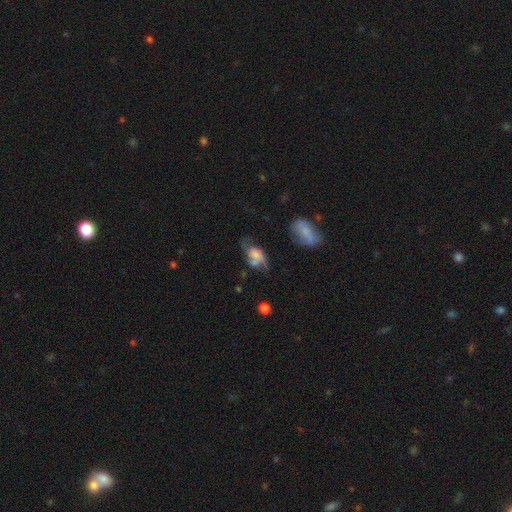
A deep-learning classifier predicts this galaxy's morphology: smooth_or_featured: featured or disk (p=0.52) [alt: smooth p=0.38]
disk_edge_on: no (p=0.94) [alt: yes p=0.06]
merging: none (p=0.38) [alt: minor disturbance p=0.27]